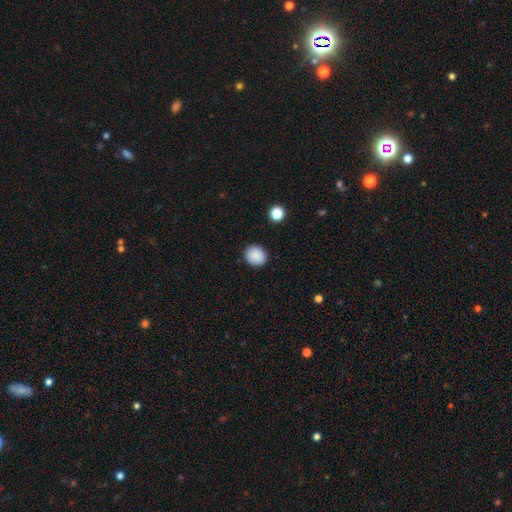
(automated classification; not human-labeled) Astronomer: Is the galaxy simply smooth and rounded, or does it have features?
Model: smooth — 88%.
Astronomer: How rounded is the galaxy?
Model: round — 83%.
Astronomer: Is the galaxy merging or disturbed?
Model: none — 90%.